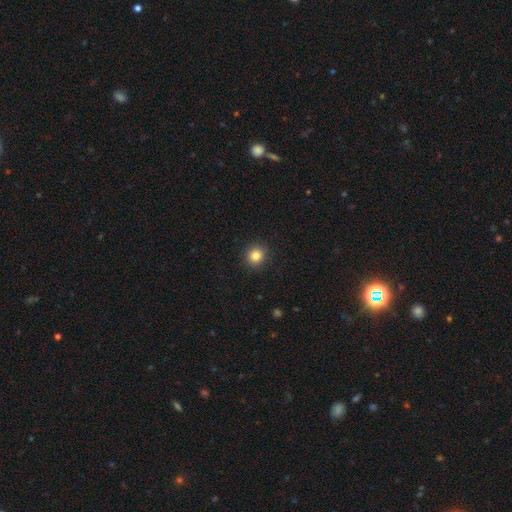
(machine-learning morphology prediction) Smooth or featured: smooth — 84% (star or artifact — 11%)
How rounded: round — 88% (in between — 11%)
Merging: none — 91% (minor disturbance — 6%)